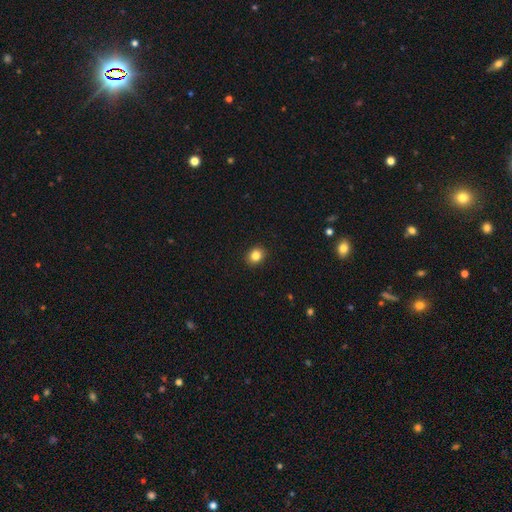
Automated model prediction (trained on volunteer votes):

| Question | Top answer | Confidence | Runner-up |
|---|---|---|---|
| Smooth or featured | smooth | 84% | star or artifact (11%) |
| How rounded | round | 74% | in between (26%) |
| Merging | none | 92% | minor disturbance (5%) |